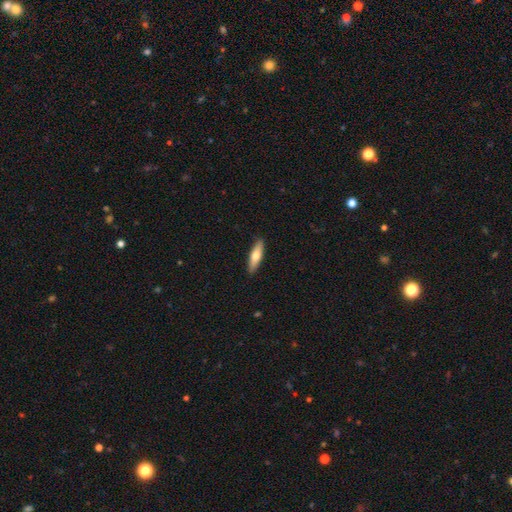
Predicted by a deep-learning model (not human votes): A smooth galaxy with no disk features (65%) that is cigar-shaped (66%). Merging: none (90%).